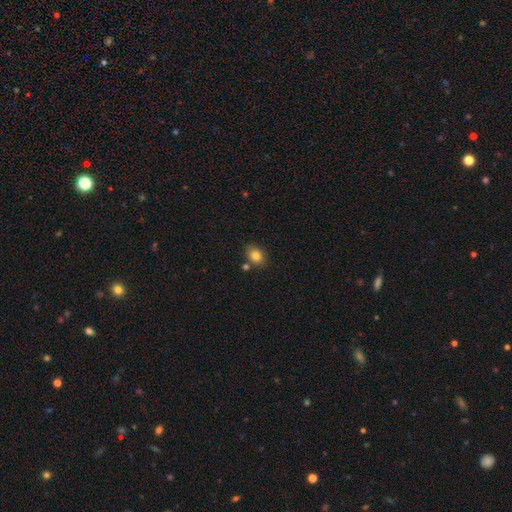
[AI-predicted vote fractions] Smooth or featured? smooth (83%)
How rounded? in between (68%)
Merging? none (74%)